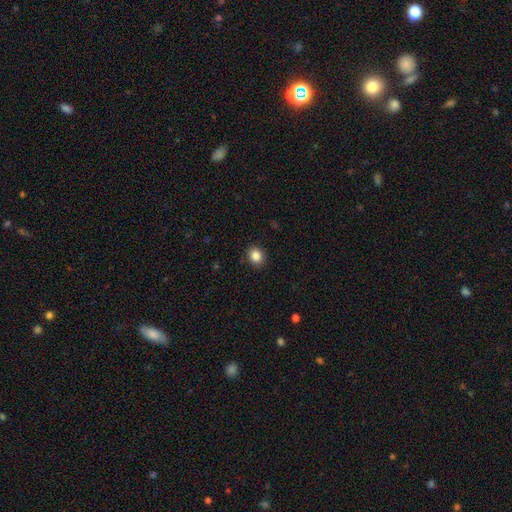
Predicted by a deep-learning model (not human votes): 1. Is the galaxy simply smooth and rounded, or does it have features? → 85% smooth, 10% star or artifact, 4% featured or disk.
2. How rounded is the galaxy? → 67% round, 32% in between, 1% cigar-shaped.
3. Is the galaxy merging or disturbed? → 91% none, 7% minor disturbance, 2% major disturbance, 1% merger.